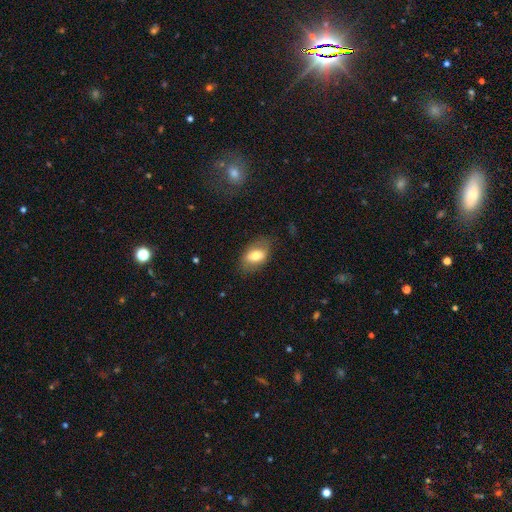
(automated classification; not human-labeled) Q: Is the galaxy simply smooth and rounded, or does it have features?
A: smooth — 68%.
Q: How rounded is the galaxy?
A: in between — 87%.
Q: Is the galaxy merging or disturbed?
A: none — 75%.